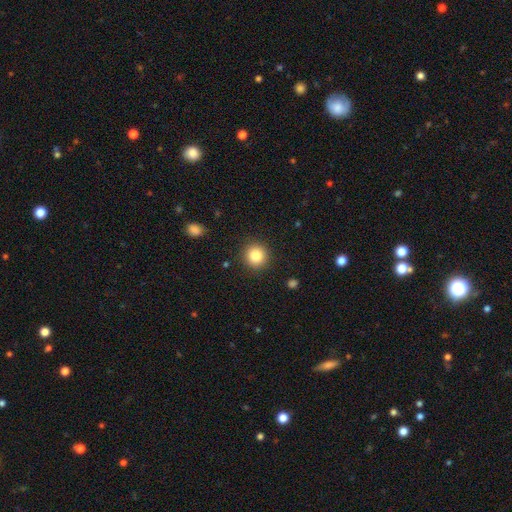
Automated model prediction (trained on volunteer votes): Overall: smooth (84%). How rounded: round (93%). Merging: none (90%).